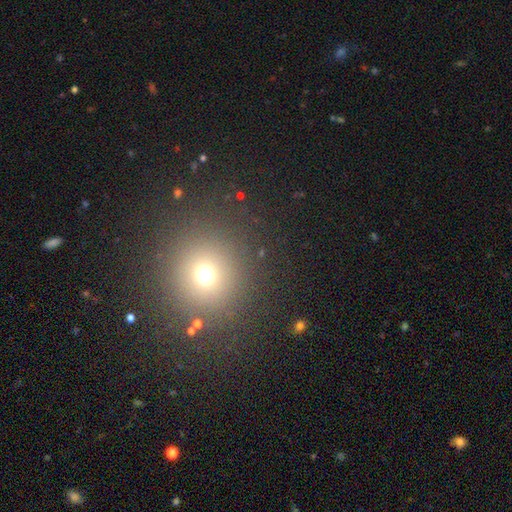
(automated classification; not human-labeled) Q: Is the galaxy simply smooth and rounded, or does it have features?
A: smooth — 61%.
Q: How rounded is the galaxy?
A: round — 91%.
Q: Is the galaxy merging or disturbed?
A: none — 89%.